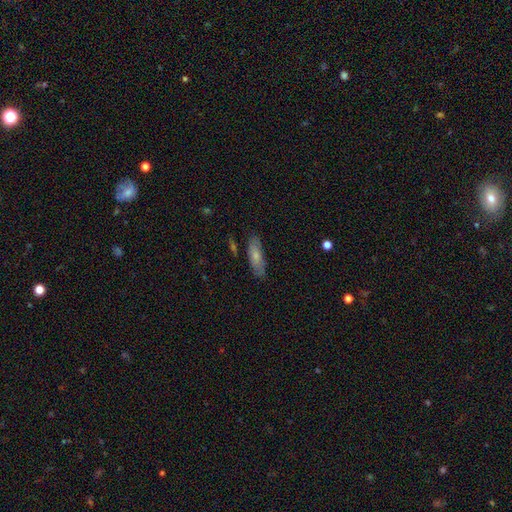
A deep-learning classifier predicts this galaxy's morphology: smooth 65%, featured or disk 28%, star or artifact 7%. Down the decision tree: how rounded — in between (53%); merging — none (79%).